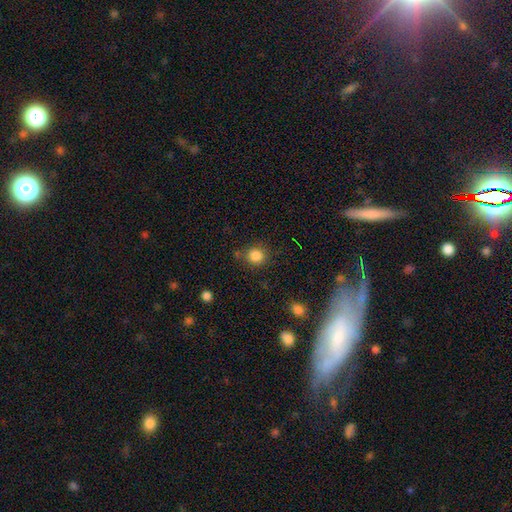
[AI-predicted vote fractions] Smooth or featured?
  - smooth: 84% *
  - star or artifact: 11%
  - featured or disk: 5%
How rounded?
  - round: 87% *
  - in between: 12%
  - cigar-shaped: 1%
Merging?
  - none: 79% *
  - minor disturbance: 12%
  - merger: 5%
  - major disturbance: 4%